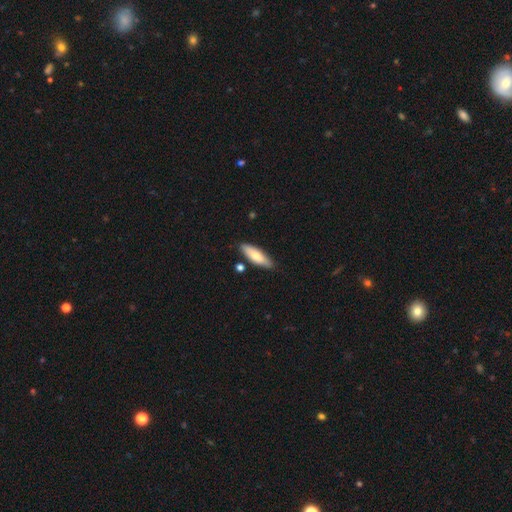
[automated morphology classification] Smooth or featured: smooth — 71% (featured or disk — 23%)
How rounded: cigar-shaped — 50% (in between — 48%)
Merging: none — 82% (minor disturbance — 12%)